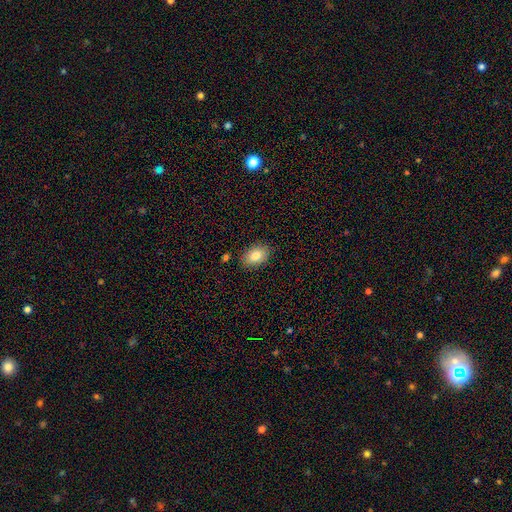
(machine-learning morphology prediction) Overall: smooth (82%). How rounded: in between (87%). Merging: none (86%).